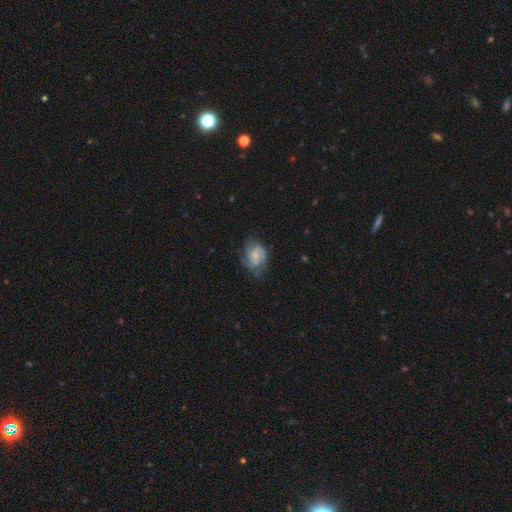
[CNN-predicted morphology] Smooth or featured? featured or disk (61%)
Edge-on disk? no (97%)
Bar? no (60%)
Spiral arms? yes (86%)
Spiral winding? medium (45%)
Spiral arm count? 2 (44%)
Bulge size? small (49%)
Merging? none (60%)